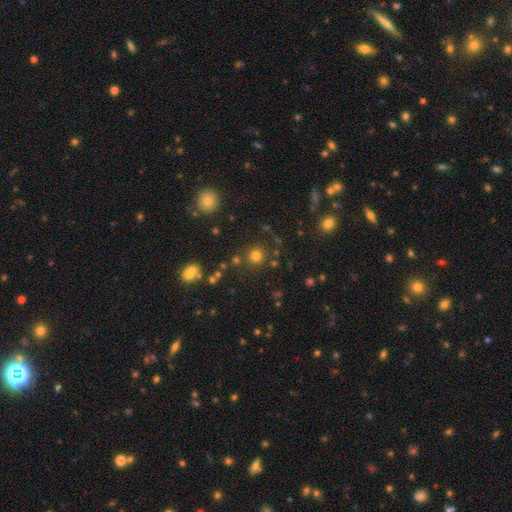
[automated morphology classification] smooth 75%, star or artifact 18%, featured or disk 6%. Down the decision tree: how rounded — round (93%); merging — none (83%).